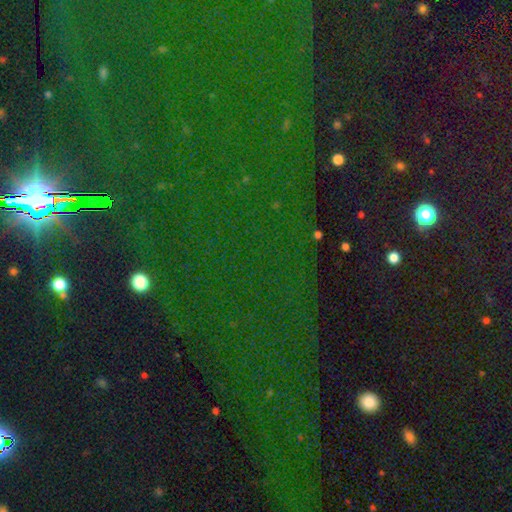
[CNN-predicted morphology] smooth-or-featured: star or artifact: 84% | smooth: 8% | featured or disk: 7%